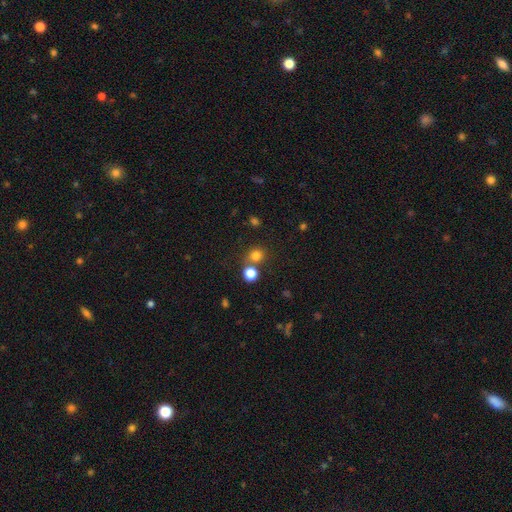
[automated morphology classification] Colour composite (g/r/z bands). It shows a smooth galaxy with no disk features (78%) that is round (84%). Merging: none (68%).